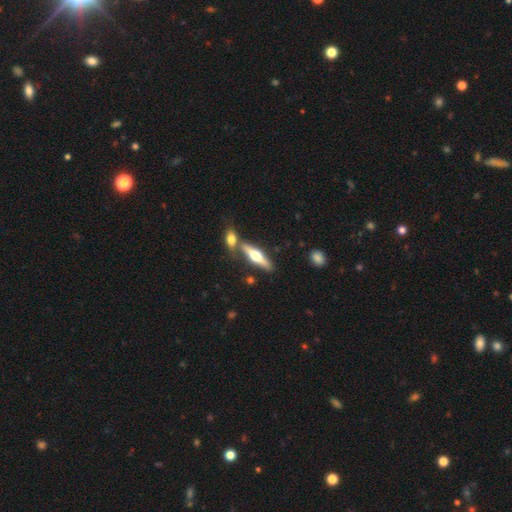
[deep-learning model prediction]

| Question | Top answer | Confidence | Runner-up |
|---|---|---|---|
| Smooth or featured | featured or disk | 59% | smooth (35%) |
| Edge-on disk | yes | 94% | no (6%) |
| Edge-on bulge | rounded | 95% | boxy (3%) |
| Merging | none | 64% | merger (24%) |